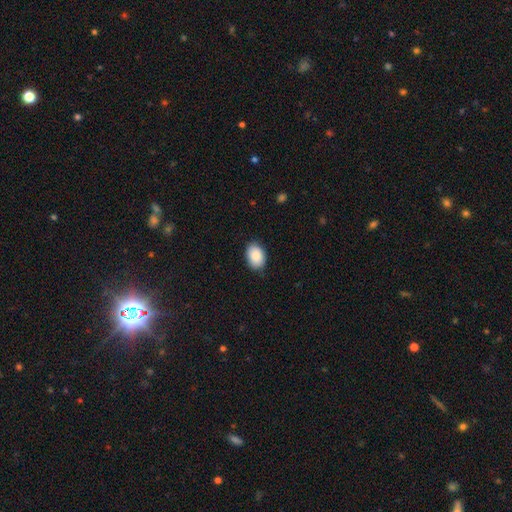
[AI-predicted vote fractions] smooth 89%, star or artifact 6%, featured or disk 5%. Down the decision tree: how rounded — in between (84%); merging — none (84%).